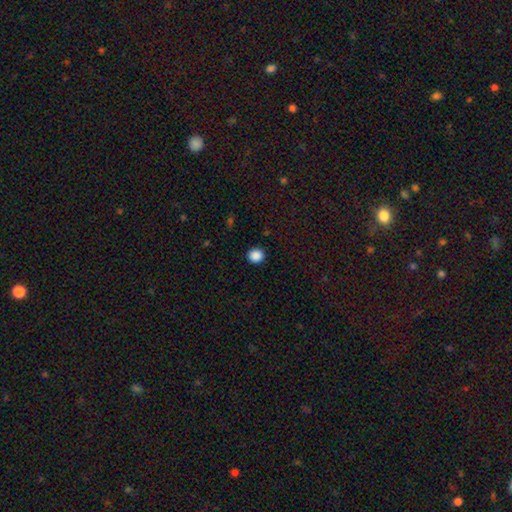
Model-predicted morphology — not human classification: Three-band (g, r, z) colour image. It shows a smooth galaxy with no disk features (88%) that is round (82%). Merging: none (91%).